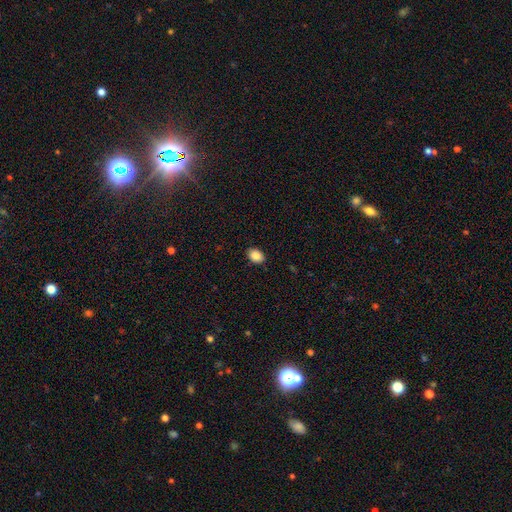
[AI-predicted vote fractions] smooth 88%, star or artifact 8%, featured or disk 4%. Down the decision tree: how rounded — in between (77%); merging — none (88%).